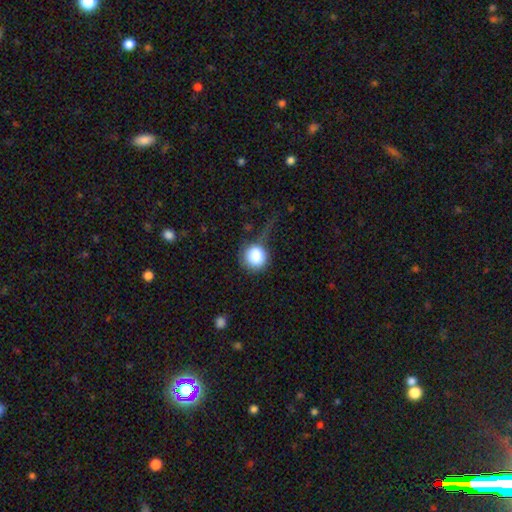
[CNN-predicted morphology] The model was most divided on "merging": none: 43%, minor disturbance: 29%, major disturbance: 24%, merger: 4%. More confident: how rounded — round (91%); smooth or featured — smooth (85%).